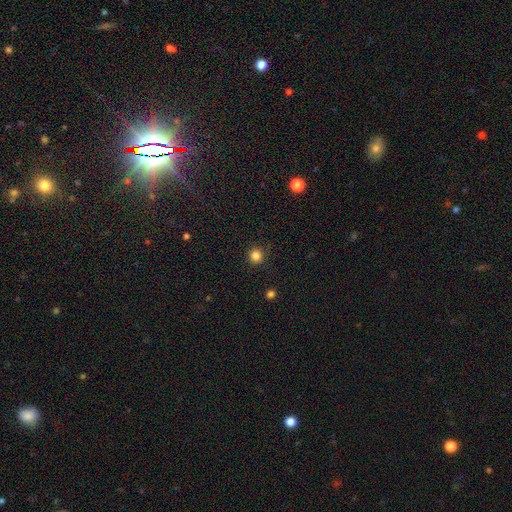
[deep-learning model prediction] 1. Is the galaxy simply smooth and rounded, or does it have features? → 84% smooth, 13% star or artifact, 4% featured or disk.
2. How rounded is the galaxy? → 95% round, 4% in between, 1% cigar-shaped.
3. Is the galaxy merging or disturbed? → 90% none, 6% minor disturbance, 2% major disturbance, 1% merger.